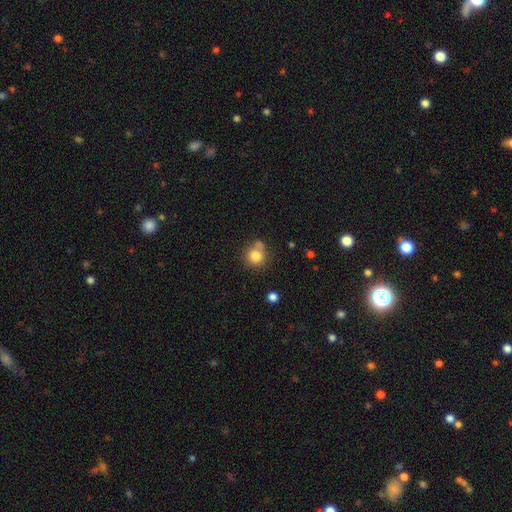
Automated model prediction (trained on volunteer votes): Smooth or featured?
  - smooth: 81% *
  - star or artifact: 11%
  - featured or disk: 8%
How rounded?
  - round: 90% *
  - in between: 9%
  - cigar-shaped: 1%
Merging?
  - none: 63% *
  - merger: 21%
  - minor disturbance: 12%
  - major disturbance: 4%